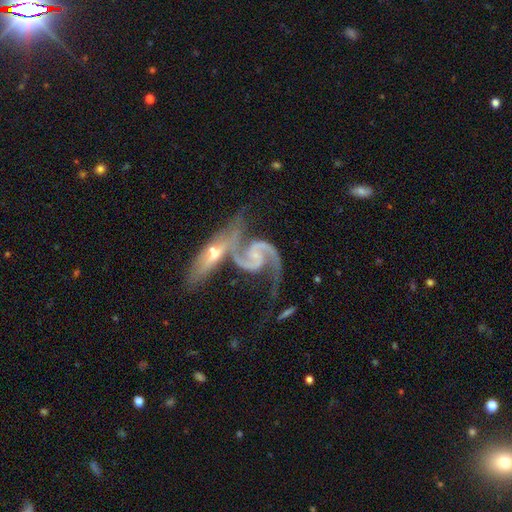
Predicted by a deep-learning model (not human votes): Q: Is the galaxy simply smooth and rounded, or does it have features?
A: featured or disk — 93%.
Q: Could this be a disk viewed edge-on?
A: no — 97%.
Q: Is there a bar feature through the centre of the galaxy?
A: no — 51%.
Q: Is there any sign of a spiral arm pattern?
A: yes — 98%.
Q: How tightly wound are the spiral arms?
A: medium — 53%.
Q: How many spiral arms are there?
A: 2 — 93%.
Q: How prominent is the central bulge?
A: small — 68%.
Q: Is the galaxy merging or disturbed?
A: merger — 49%.